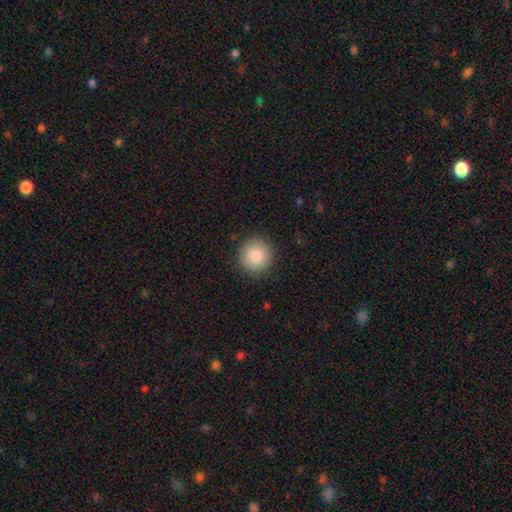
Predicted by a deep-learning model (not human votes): The model was most divided on "smooth or featured": smooth: 86%, star or artifact: 8%, featured or disk: 5%. More confident: how rounded — round (95%); merging — none (91%).